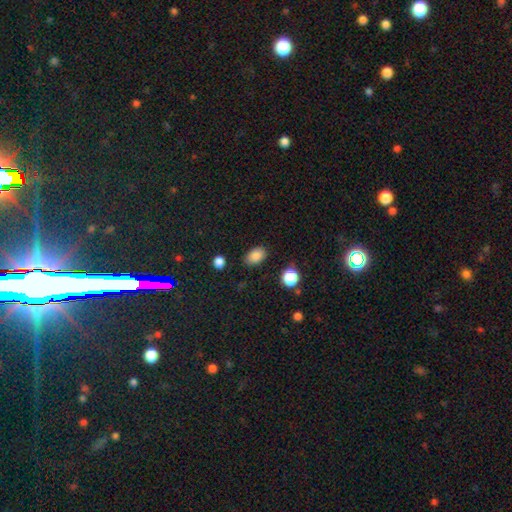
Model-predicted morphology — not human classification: Smooth or featured: smooth — 86% (star or artifact — 10%)
How rounded: in between — 85% (round — 14%)
Merging: none — 83% (minor disturbance — 12%)